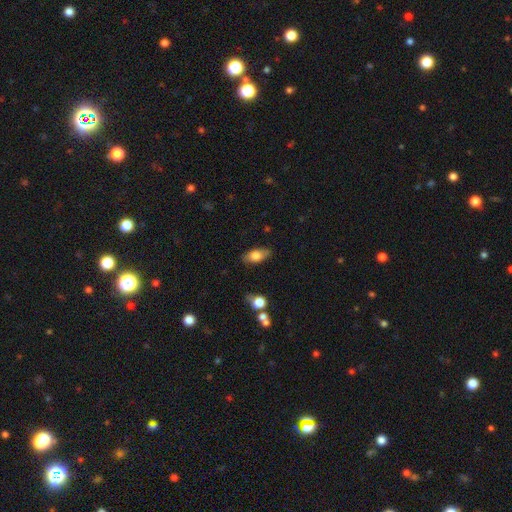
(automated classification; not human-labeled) This appears to be a smooth galaxy with no disk features (75%) that is in between round and cigar-shaped (88%). Merging: none (81%).